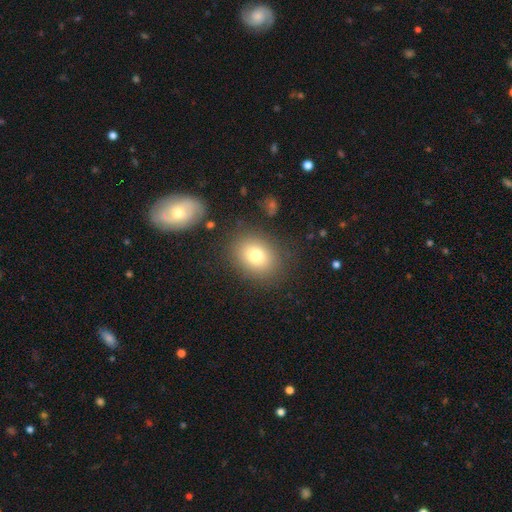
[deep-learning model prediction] Overall: smooth (77%). How rounded: in between (52%; round 48%). Merging: none (82%).